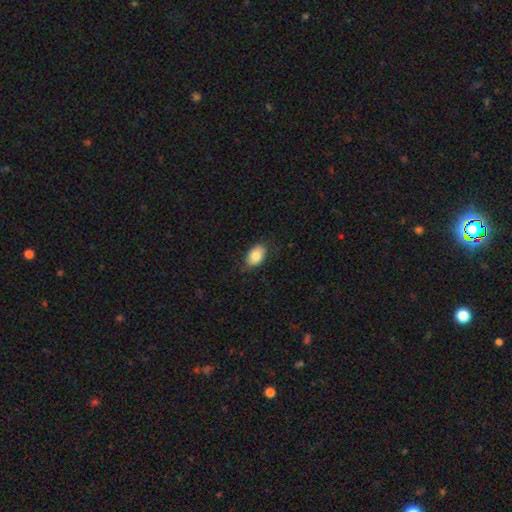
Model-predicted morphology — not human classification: This appears to be a smooth galaxy with no disk features (84%) that is in between round and cigar-shaped (90%). Merging: none (81%).